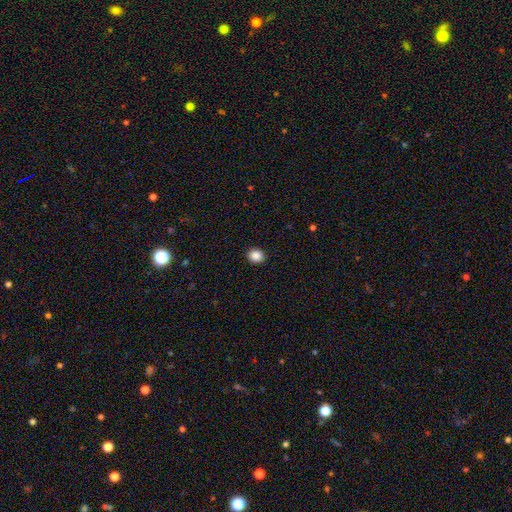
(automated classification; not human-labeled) Morphology: type=smooth (87%); roundness=round (69%); merging=none (91%).